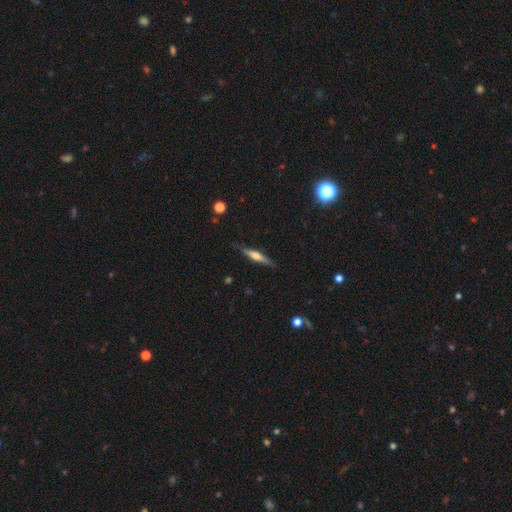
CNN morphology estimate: Smooth or featured? Predicted: featured or disk (p=0.60). Edge-on disk? Predicted: yes (p=0.97). Edge-on bulge? Predicted: rounded (p=0.82). Merging? Predicted: none (p=0.86).